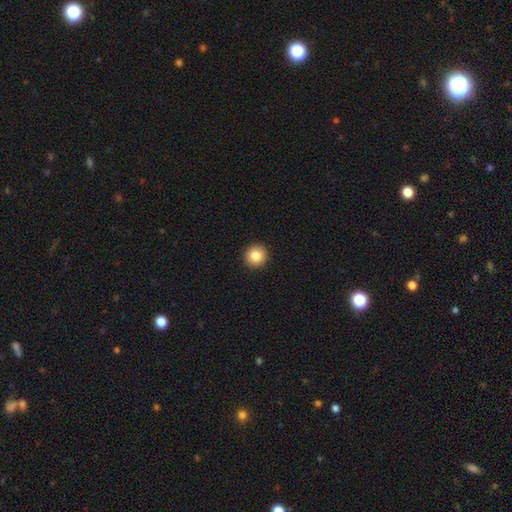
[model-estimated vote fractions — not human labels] A smooth galaxy with no disk features (84%) that is round (94%). Merging: none (93%).